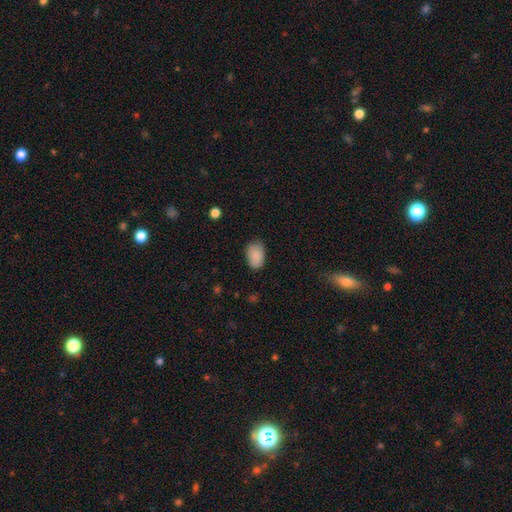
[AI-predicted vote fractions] smooth_or_featured: smooth (p=0.88) [alt: star or artifact p=0.07]
how_rounded: in between (p=0.87) [alt: round p=0.12]
merging: none (p=0.75) [alt: minor disturbance p=0.20]